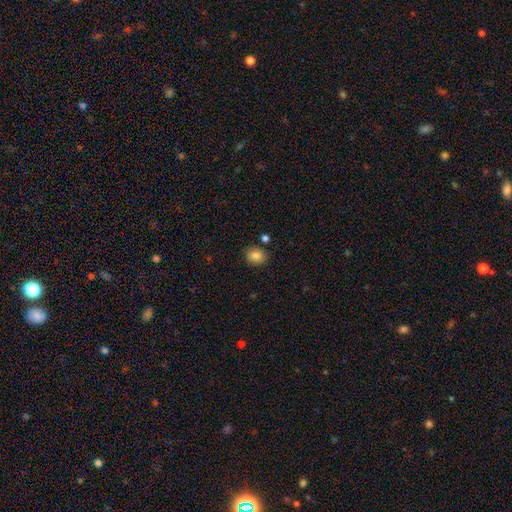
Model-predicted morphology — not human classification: The model was most divided on "how rounded": round: 61%, in between: 38%, cigar-shaped: 1%. More confident: merging — none (84%); smooth or featured — smooth (84%).